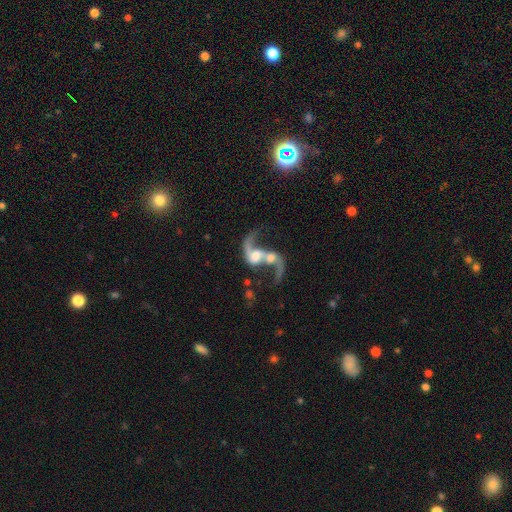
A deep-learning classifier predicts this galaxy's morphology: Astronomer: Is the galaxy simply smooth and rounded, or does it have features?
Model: featured or disk — 84%.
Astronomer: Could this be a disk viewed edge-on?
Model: no — 97%.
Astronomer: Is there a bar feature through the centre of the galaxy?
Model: no — 47% (runner-up: weak, 36%).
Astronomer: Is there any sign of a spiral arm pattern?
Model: yes — 90%.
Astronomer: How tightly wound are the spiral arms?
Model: loose — 87%.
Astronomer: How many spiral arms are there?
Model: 2 — 86%.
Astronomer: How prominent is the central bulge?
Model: moderate — 43% (runner-up: small, 21%).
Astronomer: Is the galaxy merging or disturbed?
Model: merger — 56%.